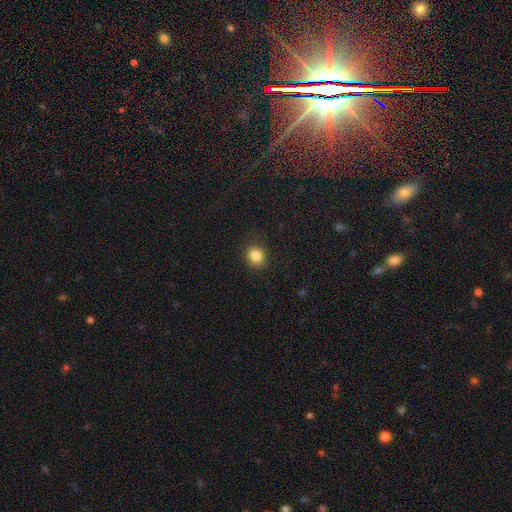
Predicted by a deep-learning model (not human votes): A smooth galaxy with no disk features (84%) that is round (82%).

Vote fractions:
- Smooth or featured? smooth: 84% / star or artifact: 11% / featured or disk: 5%
- How rounded? round: 82% / in between: 17% / cigar-shaped: 1%
- Merging? none: 89% / minor disturbance: 7% / major disturbance: 2% / merger: 1%